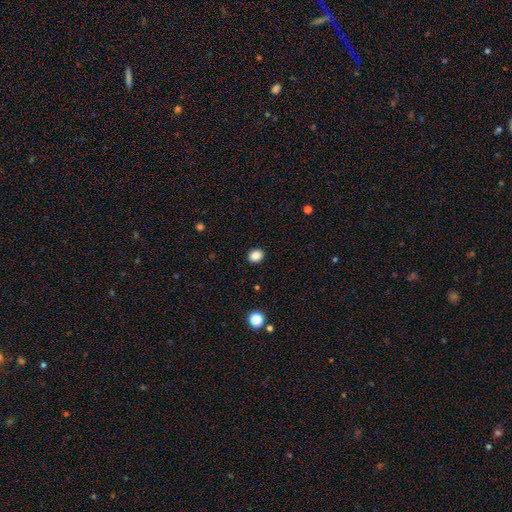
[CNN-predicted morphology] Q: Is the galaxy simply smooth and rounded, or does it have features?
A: smooth — 86%.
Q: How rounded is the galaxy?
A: round — 67%.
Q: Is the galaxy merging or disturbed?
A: none — 91%.